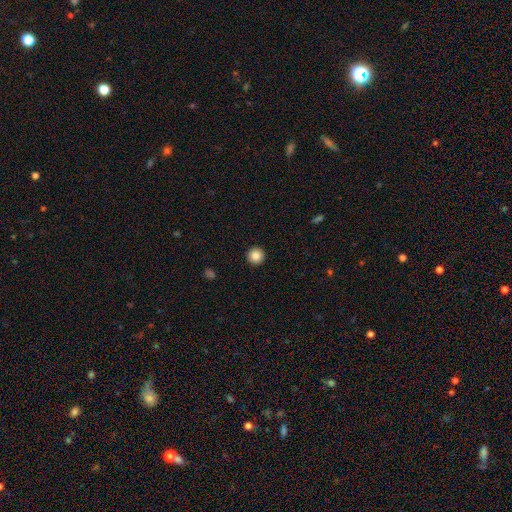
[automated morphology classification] The model was most divided on "smooth or featured": smooth: 85%, star or artifact: 10%, featured or disk: 5%. More confident: how rounded — round (96%); merging — none (94%).